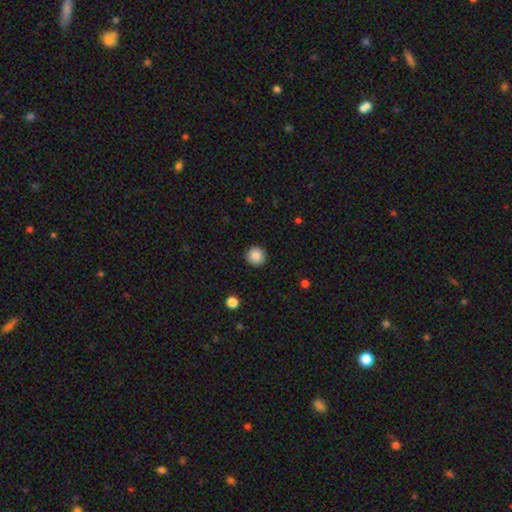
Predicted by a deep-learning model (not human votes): smooth 88%, star or artifact 9%, featured or disk 4%. Down the decision tree: how rounded — round (95%); merging — none (92%).